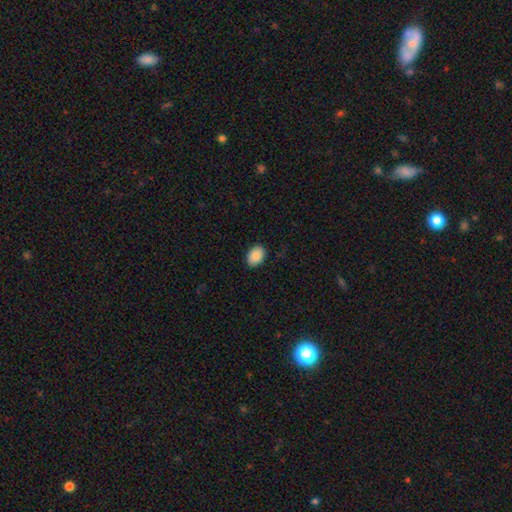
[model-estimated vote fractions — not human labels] A smooth galaxy with no disk features (88%) that is in between round and cigar-shaped (78%).

Vote fractions:
- Smooth or featured? smooth: 88% / star or artifact: 7% / featured or disk: 5%
- How rounded? in between: 78% / round: 21% / cigar-shaped: 1%
- Merging? none: 89% / minor disturbance: 8% / major disturbance: 2% / merger: 1%